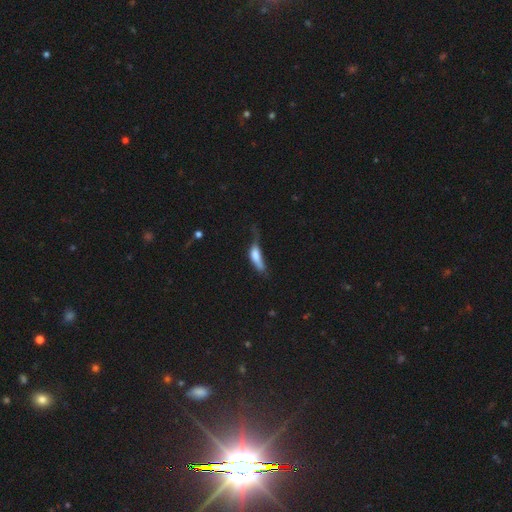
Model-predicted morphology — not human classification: A smooth galaxy with no disk features (62%) that is in between round and cigar-shaped (55%).

Vote fractions:
- Smooth or featured? smooth: 62% / featured or disk: 29% / star or artifact: 9%
- How rounded? in between: 55% / cigar-shaped: 42% / round: 4%
- Merging? major disturbance: 44% / minor disturbance: 28% / none: 21% / merger: 7%